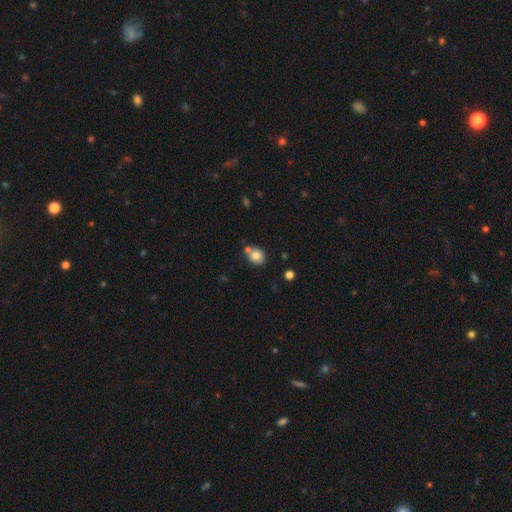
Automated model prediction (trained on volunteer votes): This is likely a smooth galaxy (78%). How rounded: likely round (66%). Merging: likely none (61%).